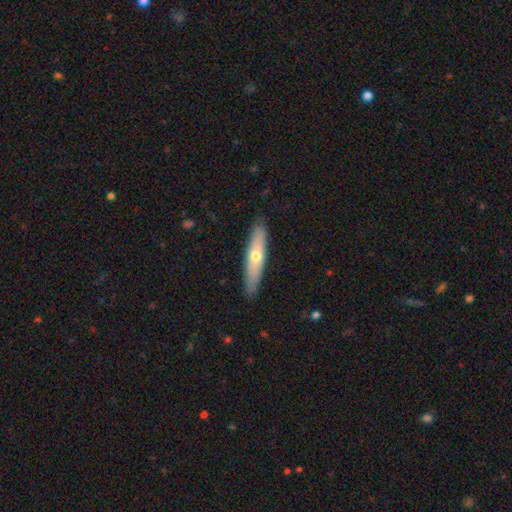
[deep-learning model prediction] The model was most divided on "smooth or featured": smooth: 50%, featured or disk: 44%, star or artifact: 6%. More confident: merging — none (87%); how rounded — cigar-shaped (81%).